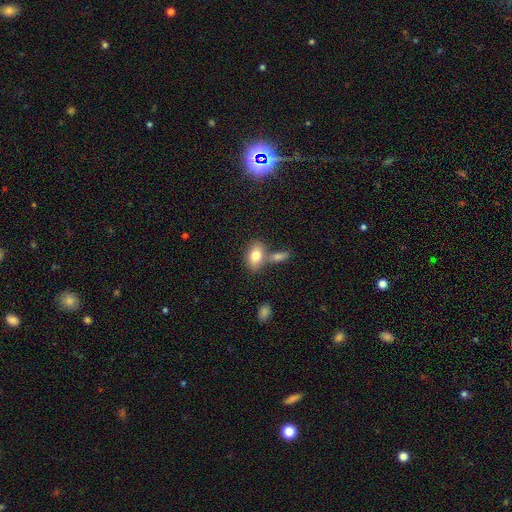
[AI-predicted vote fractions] Q: Smooth or featured?
A: smooth (78%); runner-up: featured or disk (14%)
Q: How rounded?
A: in between (85%); runner-up: round (13%)
Q: Merging?
A: none (51%); runner-up: merger (32%)